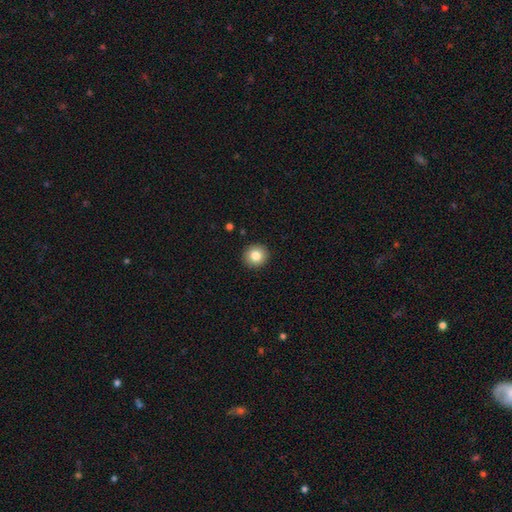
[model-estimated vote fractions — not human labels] A smooth galaxy with no disk features (83%) that is round (92%).

Vote fractions:
- Smooth or featured? smooth: 83% / star or artifact: 10% / featured or disk: 8%
- How rounded? round: 92% / in between: 7% / cigar-shaped: 1%
- Merging? none: 92% / minor disturbance: 5% / major disturbance: 2% / merger: 1%